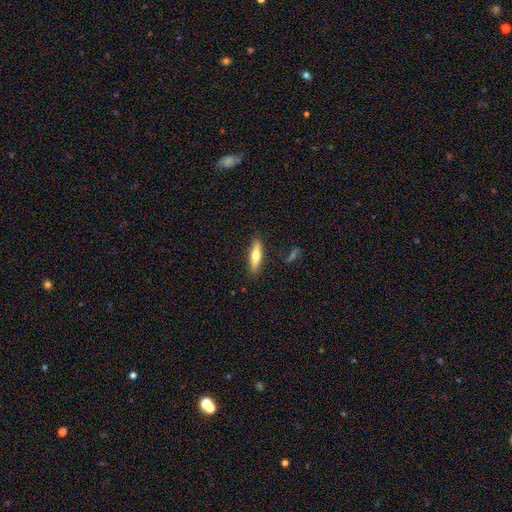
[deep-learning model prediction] smooth-or-featured: smooth: 60% | featured or disk: 34% | star or artifact: 6%
  how-rounded: cigar-shaped: 71% | in between: 27% | round: 2%
  merging: none: 85% | minor disturbance: 10% | major disturbance: 2% | merger: 2%